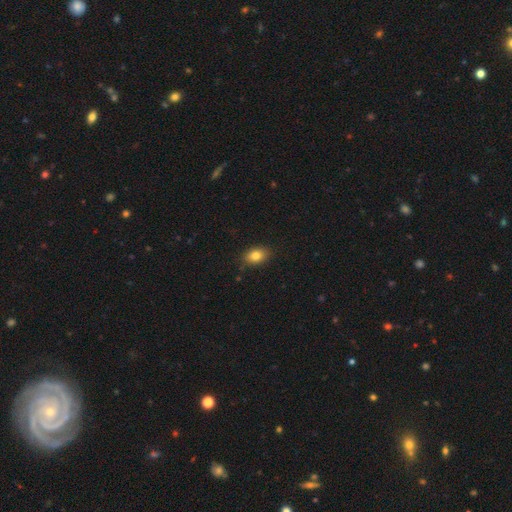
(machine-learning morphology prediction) smooth-or-featured: smooth: 82% | star or artifact: 9% | featured or disk: 8%
  how-rounded: in between: 80% | round: 18% | cigar-shaped: 2%
  merging: none: 85% | minor disturbance: 12% | major disturbance: 2% | merger: 1%